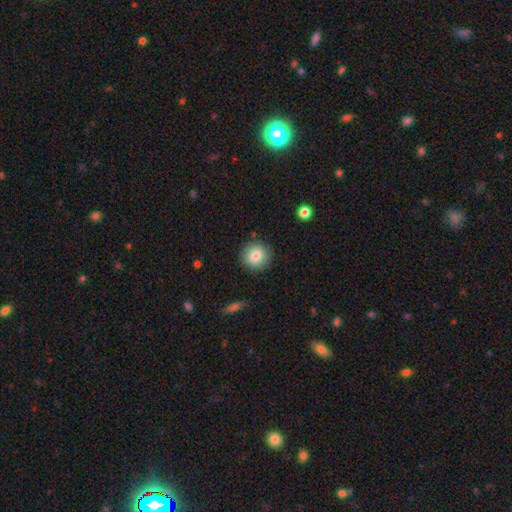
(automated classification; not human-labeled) Smooth or featured: smooth — 82% (featured or disk — 10%)
How rounded: round — 89% (in between — 10%)
Merging: none — 88% (minor disturbance — 8%)